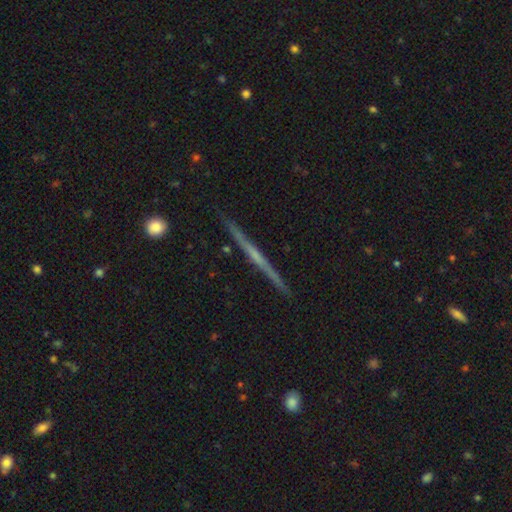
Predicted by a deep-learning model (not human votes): Smooth or featured: featured or disk — 73% (smooth — 21%)
Edge-on disk: yes — 98% (no — 2%)
Edge-on bulge: none — 60% (rounded — 33%)
Merging: none — 92% (minor disturbance — 6%)